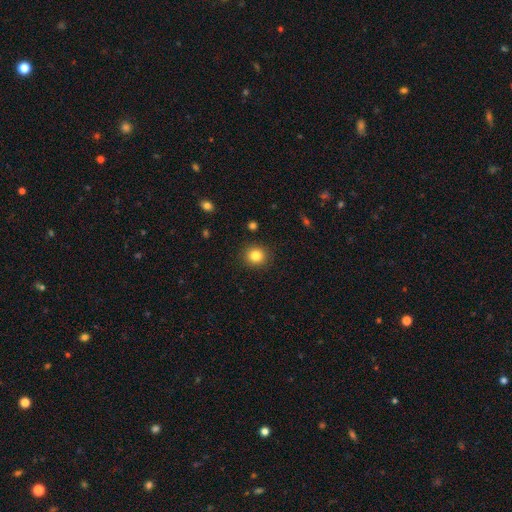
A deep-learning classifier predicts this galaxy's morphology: Q: Smooth or featured?
A: smooth (83%); runner-up: star or artifact (11%)
Q: How rounded?
A: round (86%); runner-up: in between (13%)
Q: Merging?
A: none (90%); runner-up: minor disturbance (6%)